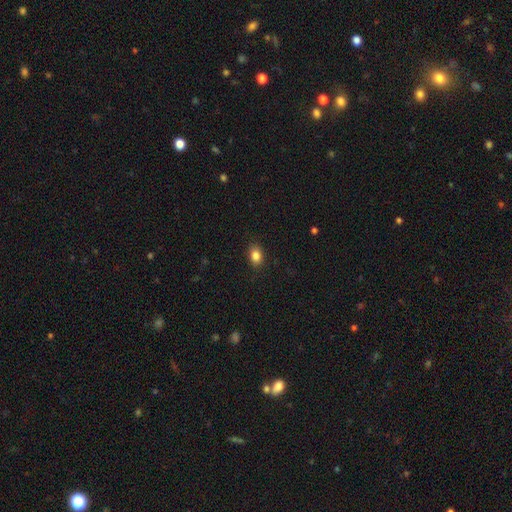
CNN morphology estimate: Smooth or featured? smooth (85%)
How rounded? in between (72%)
Merging? none (88%)